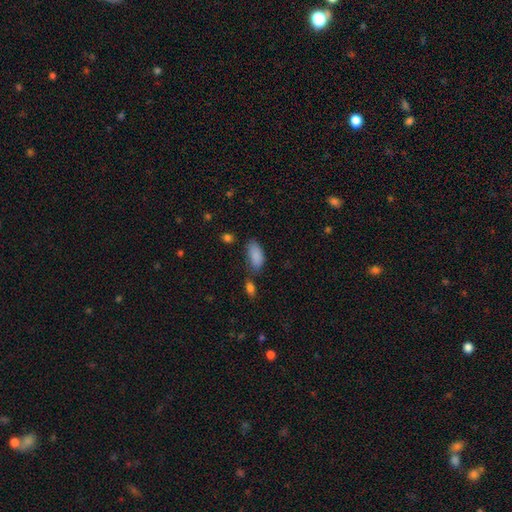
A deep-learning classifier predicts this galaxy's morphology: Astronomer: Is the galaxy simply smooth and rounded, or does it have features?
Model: smooth — 87%.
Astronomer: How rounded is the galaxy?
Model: in between — 92%.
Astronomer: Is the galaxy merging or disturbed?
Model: none — 54%.